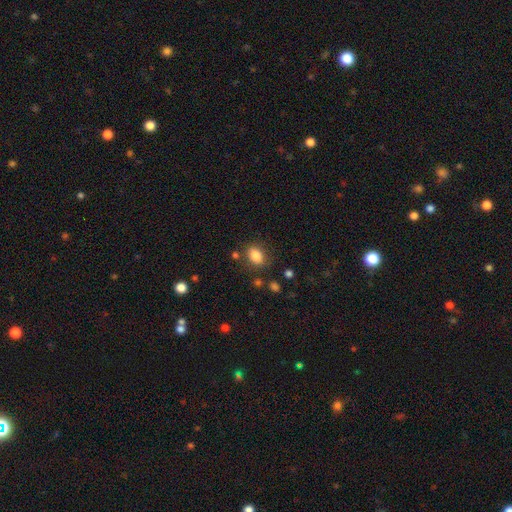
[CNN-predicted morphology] Smooth or featured: smooth — 84% (star or artifact — 10%)
How rounded: in between — 68% (round — 31%)
Merging: none — 78% (minor disturbance — 14%)